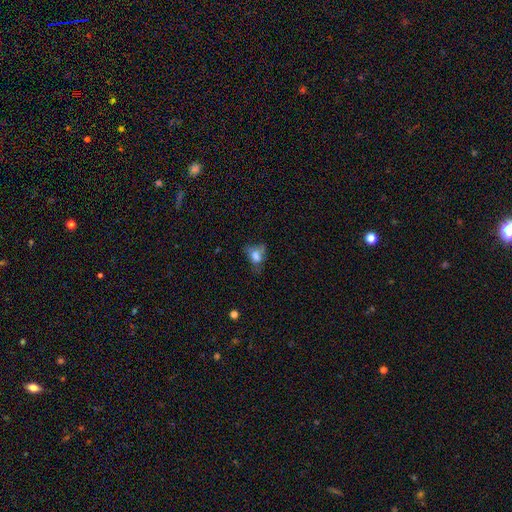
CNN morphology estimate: Smooth or featured? smooth (61%)
How rounded? in between (71%)
Merging? none (31%)